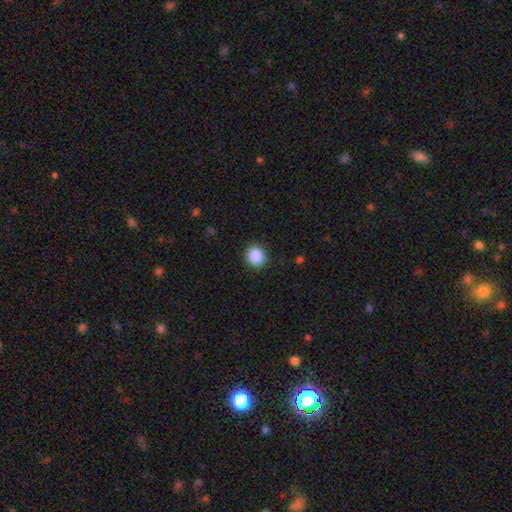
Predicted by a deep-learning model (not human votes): Smooth or featured? Predicted: smooth (p=0.90). How rounded? Predicted: round (p=0.77). Merging? Predicted: none (p=0.89).